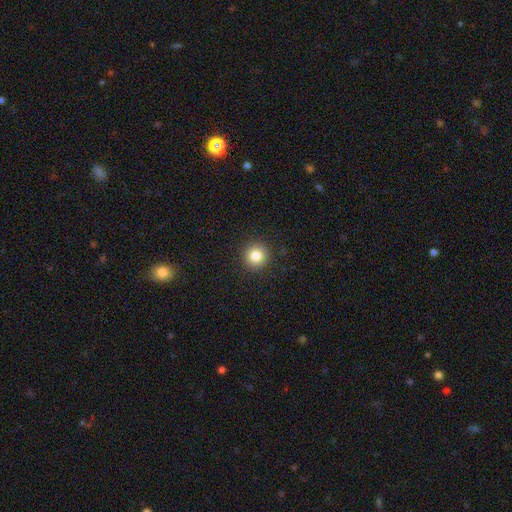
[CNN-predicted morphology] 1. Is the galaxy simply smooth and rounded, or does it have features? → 84% smooth, 11% star or artifact, 6% featured or disk.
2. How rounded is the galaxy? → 95% round, 5% in between, 1% cigar-shaped.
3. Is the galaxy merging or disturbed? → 92% none, 5% minor disturbance, 2% major disturbance, 1% merger.